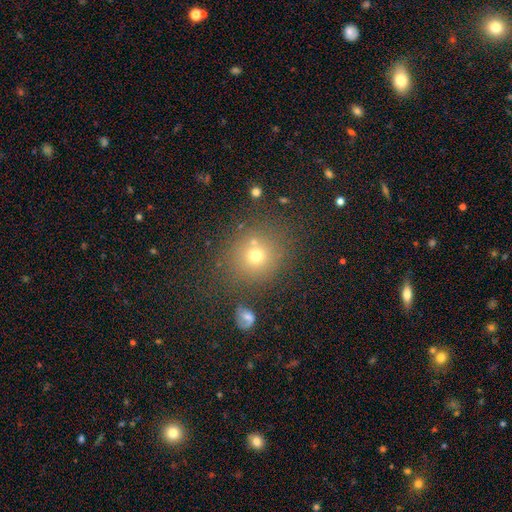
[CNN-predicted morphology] Overall: smooth (69%). How rounded: round (83%). Merging: none (73%).